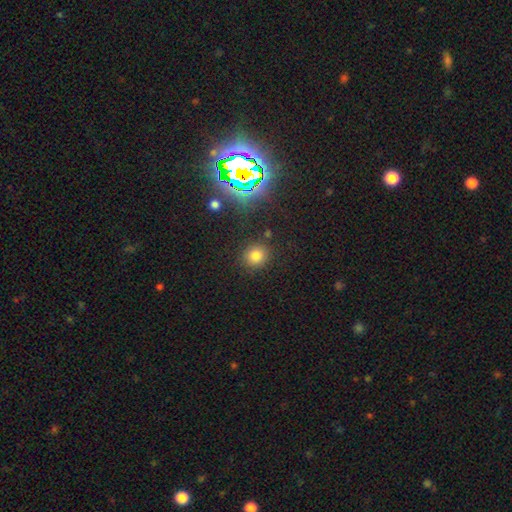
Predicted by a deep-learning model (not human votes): Q: Smooth or featured?
A: smooth (73%); runner-up: star or artifact (19%)
Q: How rounded?
A: round (83%); runner-up: in between (16%)
Q: Merging?
A: none (85%); runner-up: minor disturbance (8%)